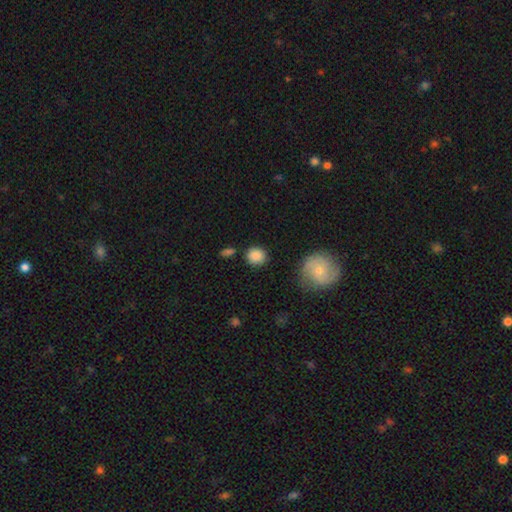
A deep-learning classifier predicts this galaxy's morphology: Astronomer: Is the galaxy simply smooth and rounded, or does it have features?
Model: smooth — 85%.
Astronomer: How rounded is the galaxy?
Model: round — 84%.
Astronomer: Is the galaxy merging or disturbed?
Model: none — 82%.